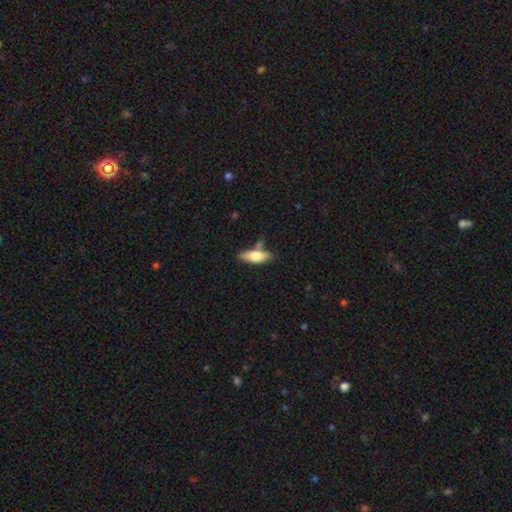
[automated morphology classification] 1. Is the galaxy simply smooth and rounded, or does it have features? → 68% smooth, 25% featured or disk, 6% star or artifact.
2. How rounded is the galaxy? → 58% in between, 39% cigar-shaped, 3% round.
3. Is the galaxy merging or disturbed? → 63% none, 19% minor disturbance, 13% merger, 5% major disturbance.